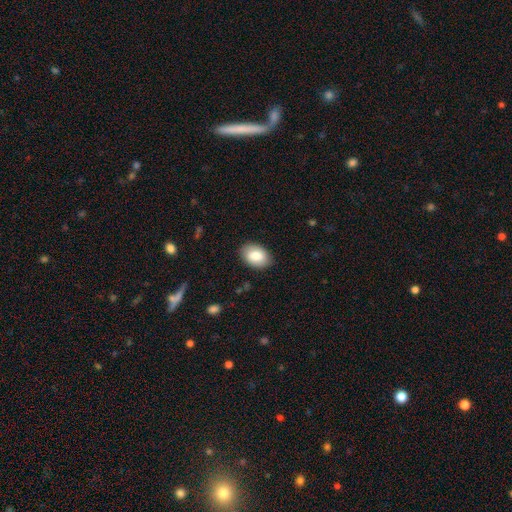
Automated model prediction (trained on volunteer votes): A smooth galaxy with no disk features (82%) that is in between round and cigar-shaped (86%). Merging: none (86%).